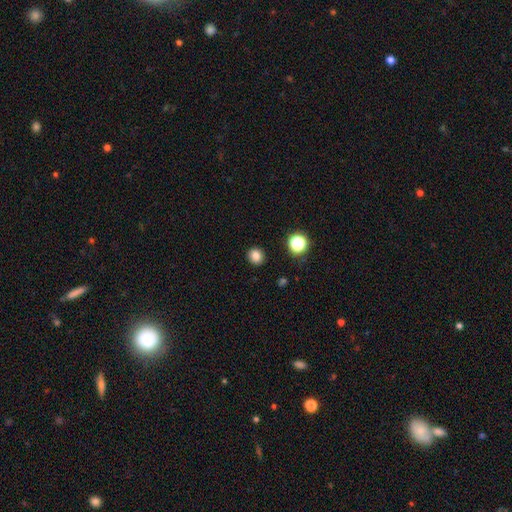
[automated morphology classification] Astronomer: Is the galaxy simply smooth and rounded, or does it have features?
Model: smooth — 82%.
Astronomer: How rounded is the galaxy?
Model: round — 82%.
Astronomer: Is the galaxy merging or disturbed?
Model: none — 90%.